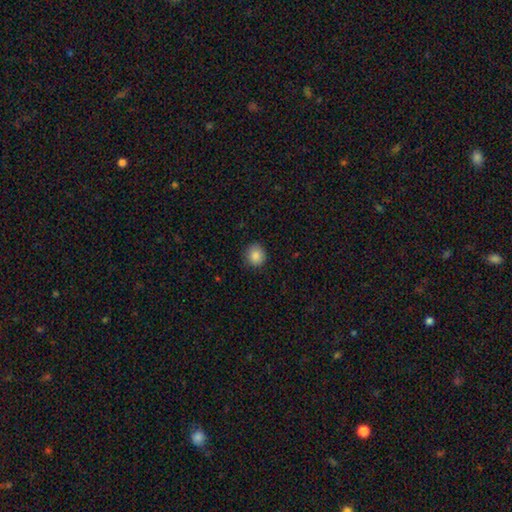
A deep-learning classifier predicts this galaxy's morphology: Smooth or featured? Predicted: smooth (p=0.86). How rounded? Predicted: round (p=0.86). Merging? Predicted: none (p=0.85).